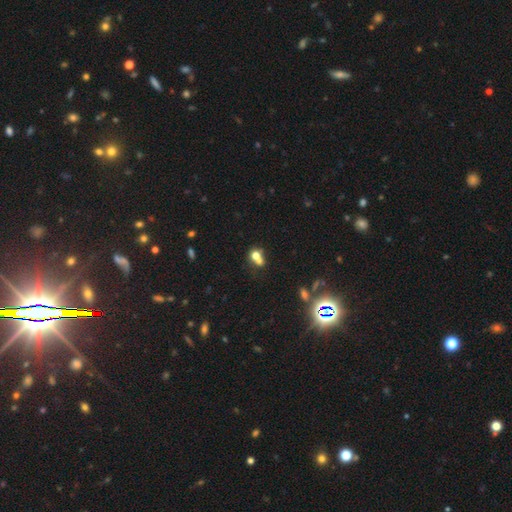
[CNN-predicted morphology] Smooth or featured: smooth — 67% (featured or disk — 18%)
How rounded: round — 60% (in between — 38%)
Merging: merger — 58% (none — 27%)